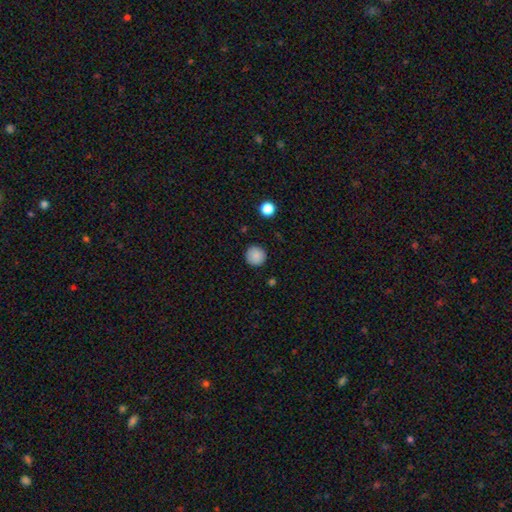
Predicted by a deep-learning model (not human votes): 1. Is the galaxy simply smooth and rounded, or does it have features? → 88% smooth, 9% star or artifact, 3% featured or disk.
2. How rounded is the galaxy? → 96% round, 4% in between, 1% cigar-shaped.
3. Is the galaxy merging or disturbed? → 91% none, 6% minor disturbance, 2% major disturbance, 1% merger.